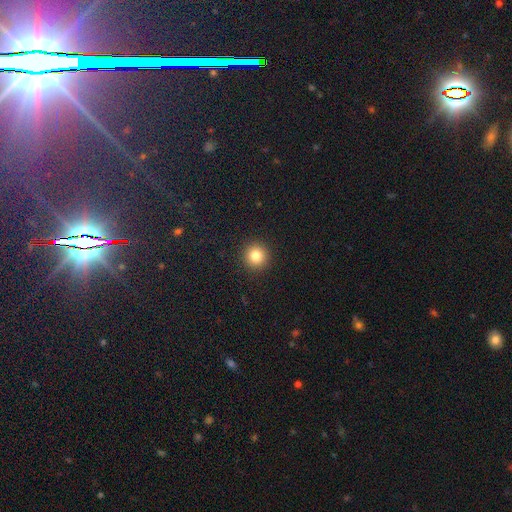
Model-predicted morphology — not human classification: Smooth or featured: smooth — 83% (star or artifact — 11%)
How rounded: round — 95% (in between — 4%)
Merging: none — 93% (minor disturbance — 4%)